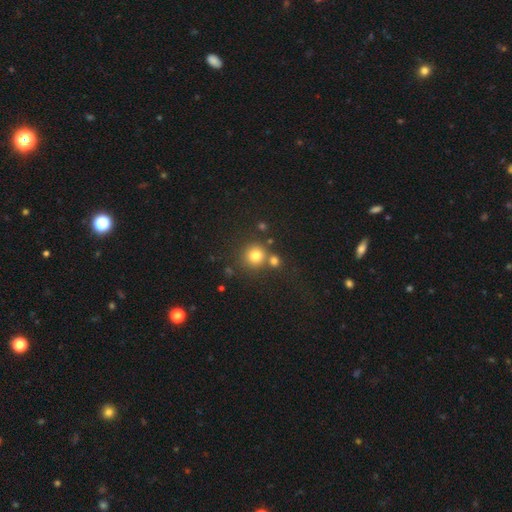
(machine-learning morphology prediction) The model was most divided on "merging": none: 69%, merger: 20%, minor disturbance: 8%, major disturbance: 3%. More confident: how rounded — round (92%); smooth or featured — smooth (77%).